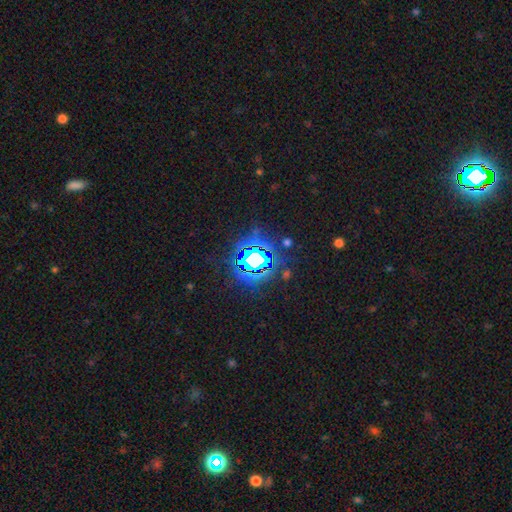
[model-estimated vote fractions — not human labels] star or artifact 78%, smooth 13%, featured or disk 9%.